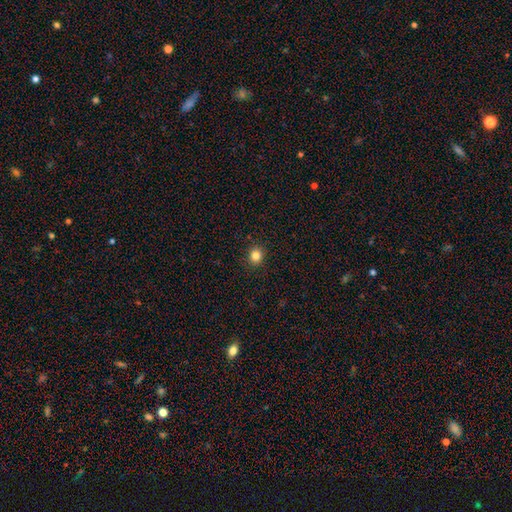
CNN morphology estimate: smooth-or-featured: smooth: 83% | star or artifact: 13% | featured or disk: 5%
  how-rounded: round: 84% | in between: 15% | cigar-shaped: 1%
  merging: none: 91% | minor disturbance: 6% | major disturbance: 2% | merger: 1%